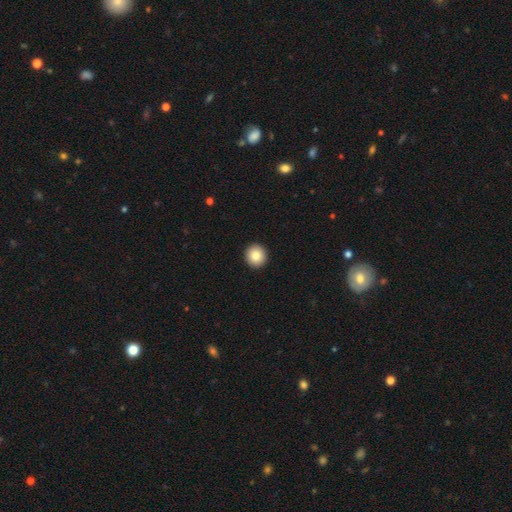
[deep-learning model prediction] Q: Smooth or featured?
A: smooth (83%); runner-up: star or artifact (9%)
Q: How rounded?
A: round (93%); runner-up: in between (6%)
Q: Merging?
A: none (94%); runner-up: minor disturbance (4%)